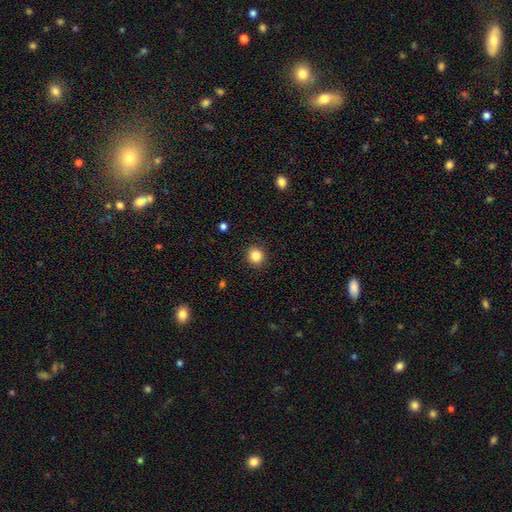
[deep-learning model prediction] smooth_or_featured: smooth (p=0.84) [alt: star or artifact p=0.11]
how_rounded: round (p=0.88) [alt: in between p=0.11]
merging: none (p=0.92) [alt: minor disturbance p=0.05]